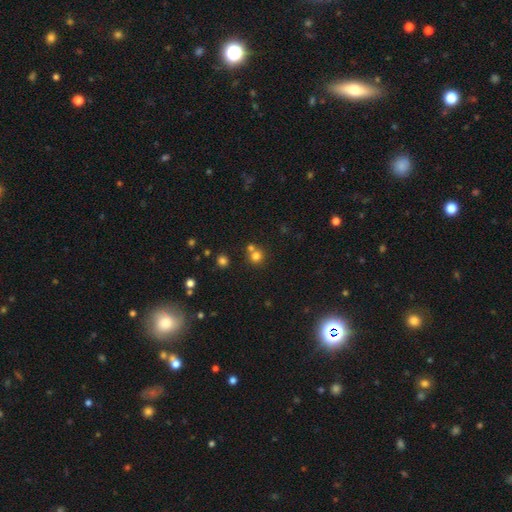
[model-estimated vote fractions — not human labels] Smooth or featured: smooth — 75% (star or artifact — 17%)
How rounded: round — 91% (in between — 8%)
Merging: none — 61% (merger — 30%)